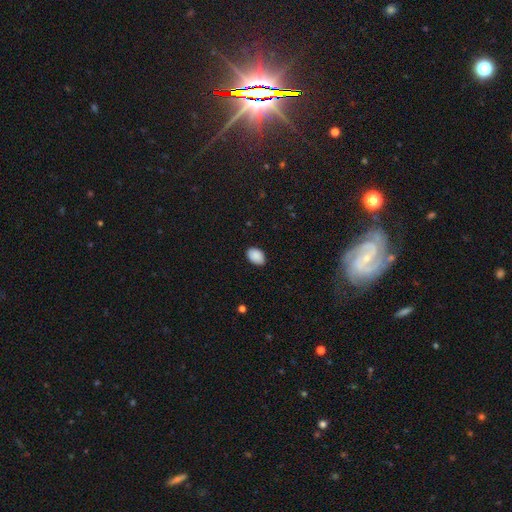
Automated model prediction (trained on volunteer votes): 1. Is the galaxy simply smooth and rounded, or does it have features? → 90% smooth, 7% star or artifact, 3% featured or disk.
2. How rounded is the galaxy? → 87% in between, 12% round, 1% cigar-shaped.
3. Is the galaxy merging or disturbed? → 87% none, 11% minor disturbance, 2% major disturbance, 1% merger.